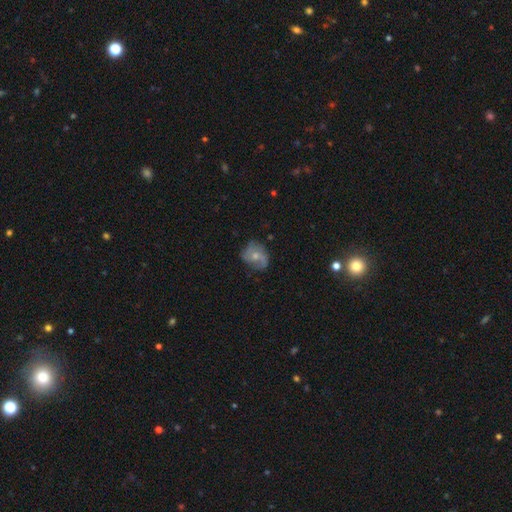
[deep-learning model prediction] Morphology: type=featured or disk (58%); edge-on=no (97%); bar=no (73%); spiral arms=yes (83%); bulge=small (48%); merging=none (61%).